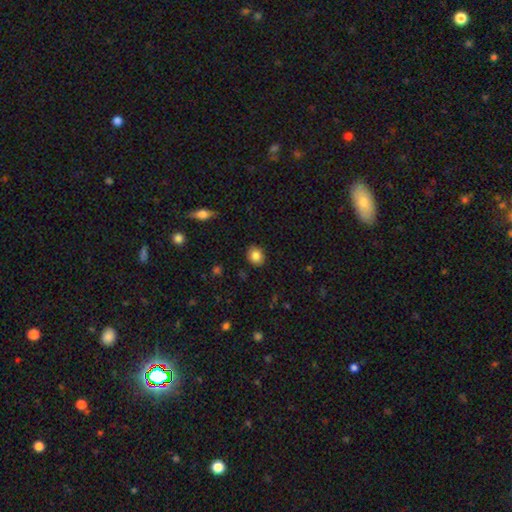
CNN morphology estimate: A smooth galaxy with no disk features (84%) that is round (61%).

Vote fractions:
- Smooth or featured? smooth: 84% / star or artifact: 9% / featured or disk: 7%
- How rounded? round: 61% / in between: 38% / cigar-shaped: 1%
- Merging? none: 89% / minor disturbance: 8% / major disturbance: 2% / merger: 1%